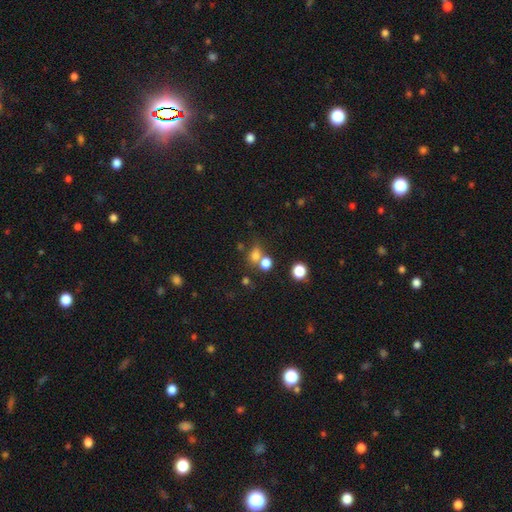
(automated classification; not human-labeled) Smooth or featured? smooth (71%)
How rounded? round (56%)
Merging? none (49%)